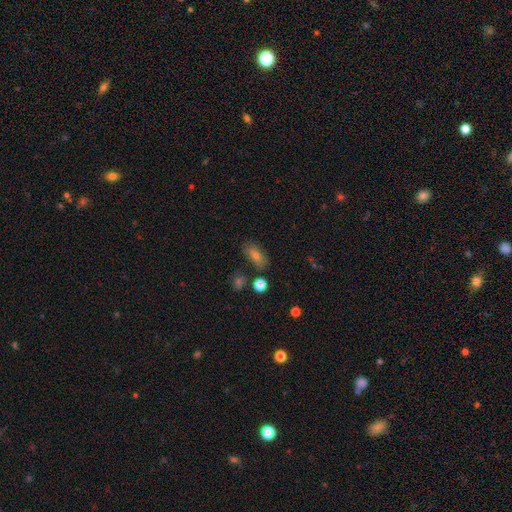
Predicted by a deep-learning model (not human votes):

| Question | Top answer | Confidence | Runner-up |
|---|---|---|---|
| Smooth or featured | smooth | 64% | featured or disk (19%) |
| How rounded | in between | 80% | round (10%) |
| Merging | none | 76% | minor disturbance (14%) |